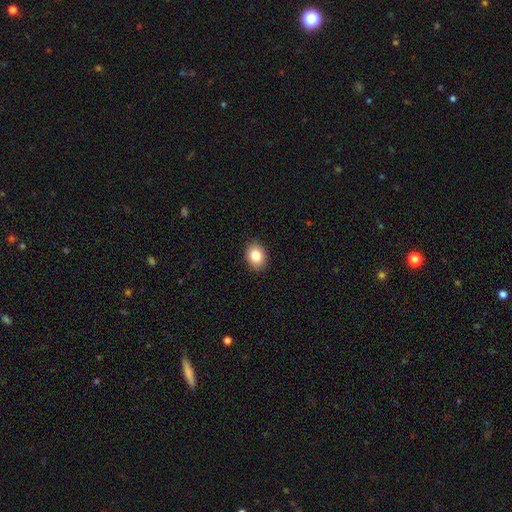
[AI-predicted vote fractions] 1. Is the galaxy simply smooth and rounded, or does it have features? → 84% smooth, 9% star or artifact, 7% featured or disk.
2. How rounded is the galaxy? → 61% in between, 38% round, 1% cigar-shaped.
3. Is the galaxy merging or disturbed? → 90% none, 7% minor disturbance, 2% major disturbance, 1% merger.